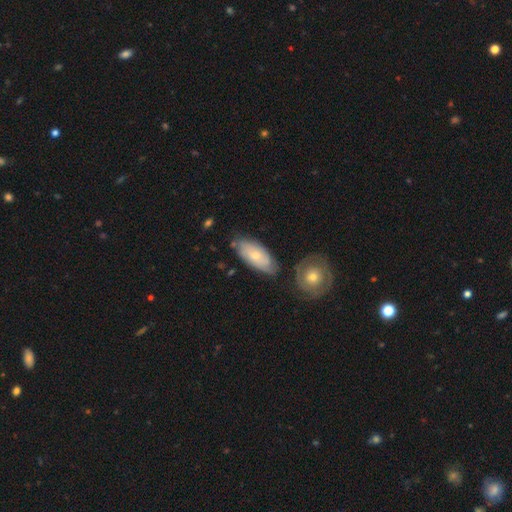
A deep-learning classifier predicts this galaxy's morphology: smooth-or-featured: smooth: 53% | featured or disk: 41% | star or artifact: 6%
  how-rounded: in between: 87% | cigar-shaped: 9% | round: 3%
  merging: none: 69% | minor disturbance: 19% | merger: 8% | major disturbance: 4%